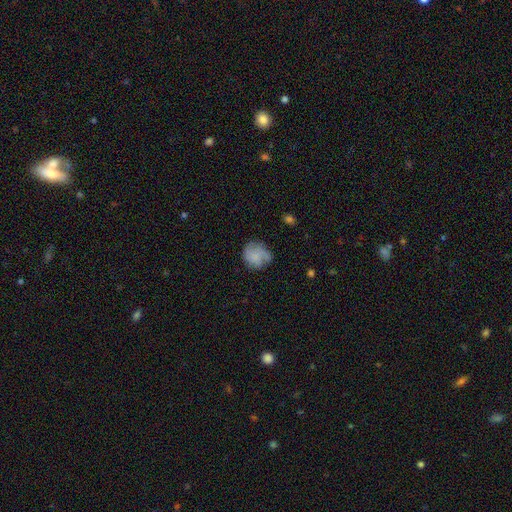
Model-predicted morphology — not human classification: Smooth or featured? smooth (59%)
How rounded? round (76%)
Merging? none (58%)